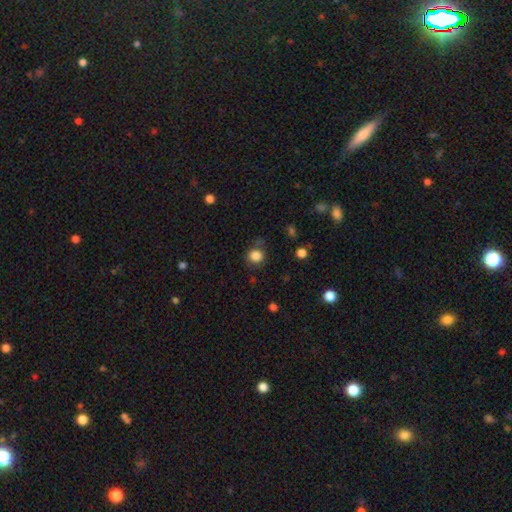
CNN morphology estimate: Smooth or featured?
  - smooth: 84% *
  - star or artifact: 11%
  - featured or disk: 5%
How rounded?
  - round: 84% *
  - in between: 15%
  - cigar-shaped: 1%
Merging?
  - none: 73% *
  - minor disturbance: 17%
  - major disturbance: 7%
  - merger: 3%